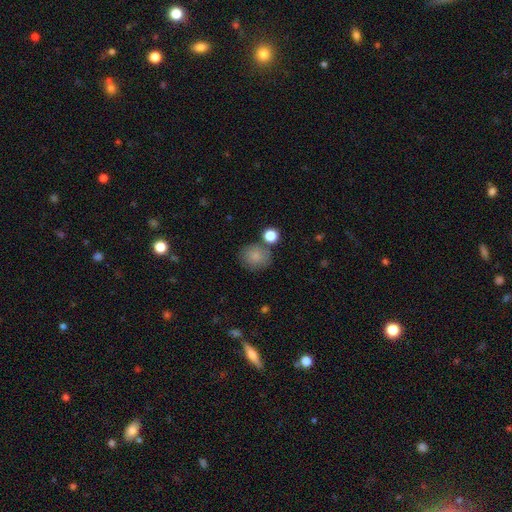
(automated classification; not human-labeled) This appears to be a smooth galaxy with no disk features (85%) that is round (78%). Merging: none (72%).